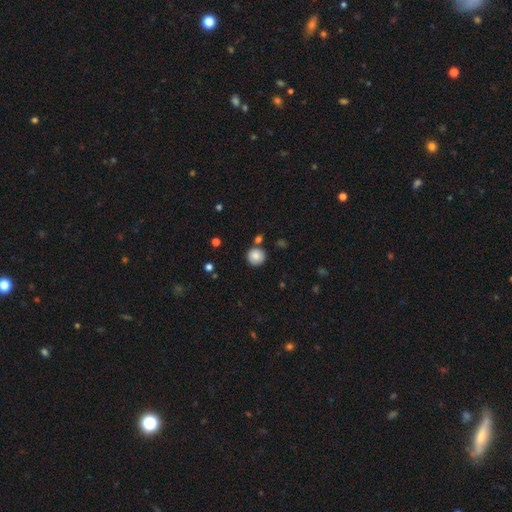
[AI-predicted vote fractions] This is clearly a smooth galaxy (85%). How rounded: clearly round (94%). Merging: clearly none (81%).